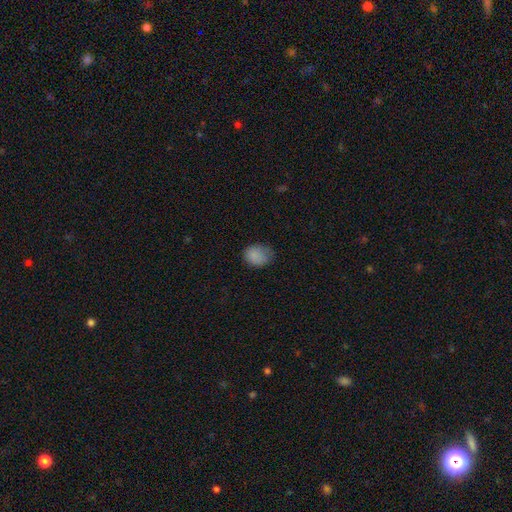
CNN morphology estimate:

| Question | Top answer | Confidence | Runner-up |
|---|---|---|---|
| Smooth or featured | smooth | 85% | star or artifact (9%) |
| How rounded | in between | 54% | round (45%) |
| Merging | none | 62% | minor disturbance (29%) |